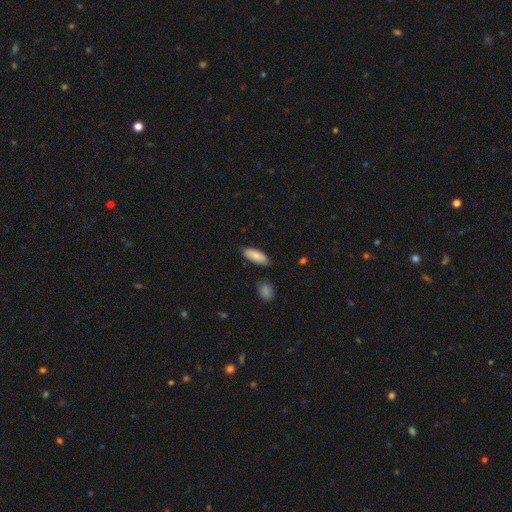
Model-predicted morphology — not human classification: Overall: smooth (83%). How rounded: in between (75%). Merging: none (78%).